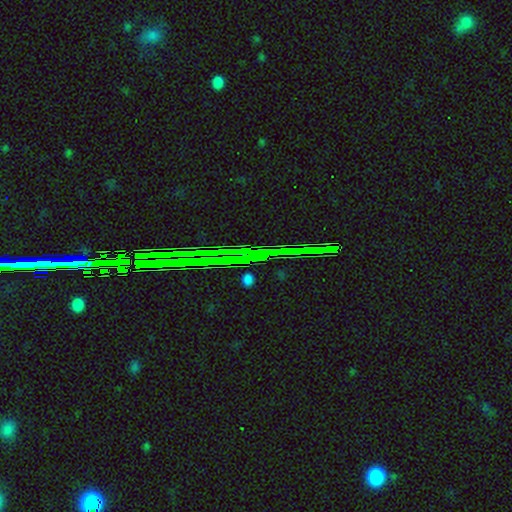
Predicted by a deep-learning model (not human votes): Smooth or featured?
  - star or artifact: 78% *
  - featured or disk: 12%
  - smooth: 10%